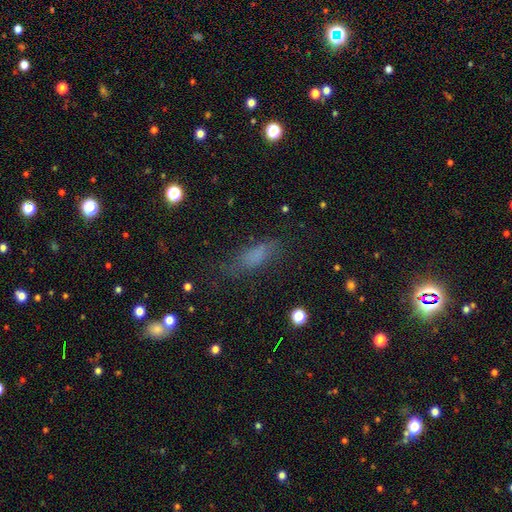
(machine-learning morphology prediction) type=smooth (70%); roundness=in between (64%); merging=none (63%).